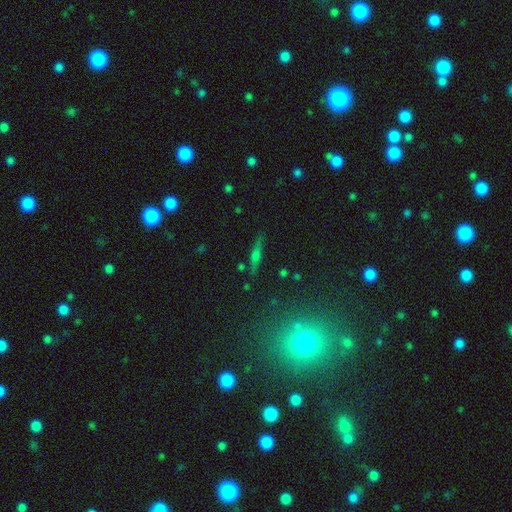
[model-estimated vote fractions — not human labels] This is possibly a featured or disk galaxy (51%). It is clearly viewed edge-on (91%). Merging: clearly none (82%).